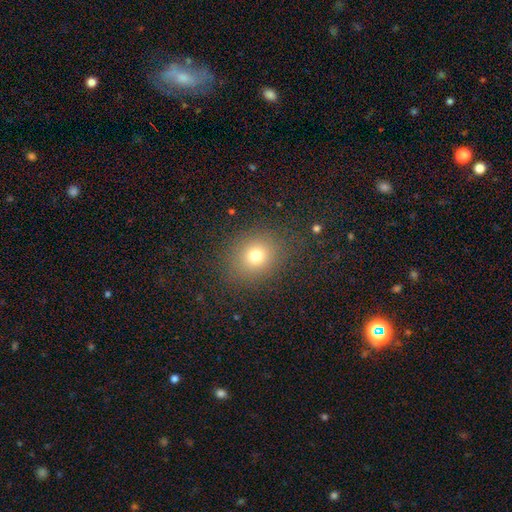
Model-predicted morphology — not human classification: Q: Smooth or featured?
A: smooth (74%); runner-up: star or artifact (16%)
Q: How rounded?
A: round (70%); runner-up: in between (29%)
Q: Merging?
A: none (83%); runner-up: minor disturbance (10%)